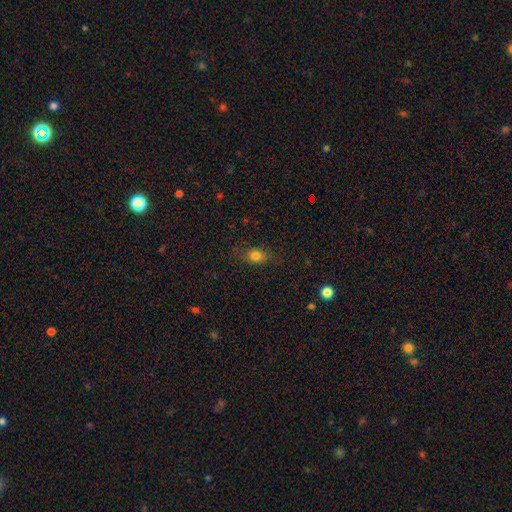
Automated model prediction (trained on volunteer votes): Overall: smooth (78%). How rounded: in between (65%; round 30%). Merging: none (78%).